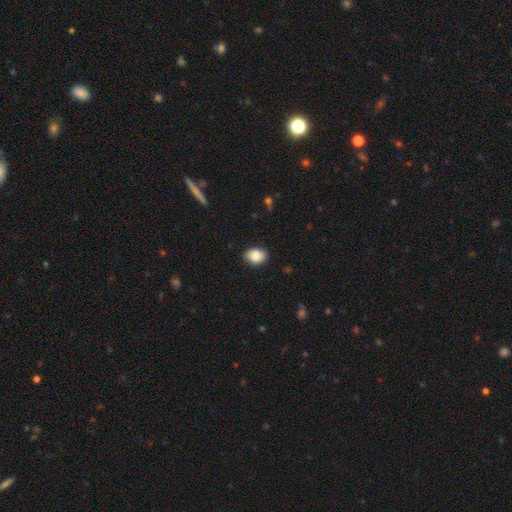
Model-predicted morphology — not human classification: Q: Smooth or featured?
A: smooth (87%); runner-up: star or artifact (7%)
Q: How rounded?
A: in between (72%); runner-up: round (27%)
Q: Merging?
A: none (83%); runner-up: minor disturbance (13%)